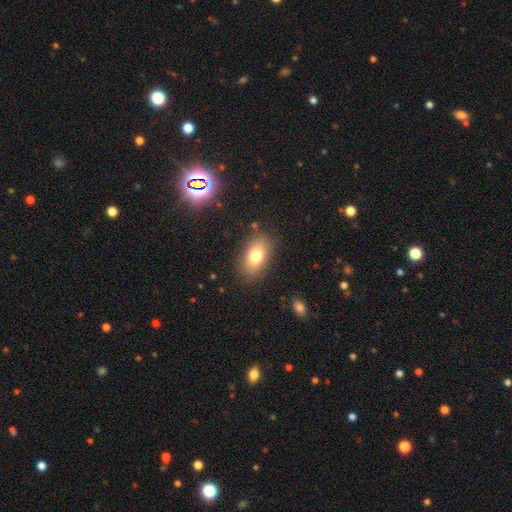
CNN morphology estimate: A smooth galaxy with no disk features (78%) that is in between round and cigar-shaped (89%).

Vote fractions:
- Smooth or featured? smooth: 78% / featured or disk: 13% / star or artifact: 9%
- How rounded? in between: 89% / round: 9% / cigar-shaped: 3%
- Merging? none: 84% / minor disturbance: 11% / major disturbance: 4% / merger: 2%